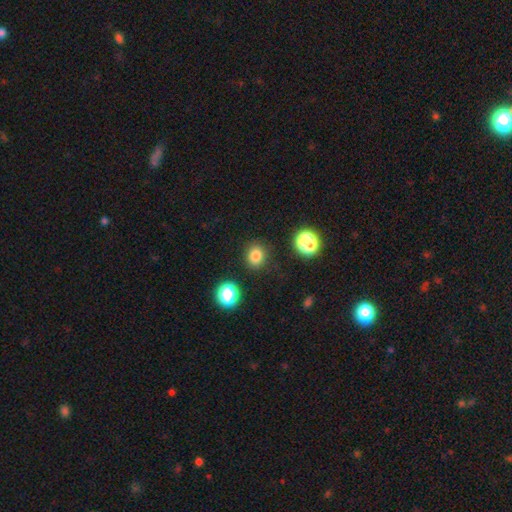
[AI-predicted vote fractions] smooth_or_featured: smooth (p=0.81) [alt: star or artifact p=0.14]
how_rounded: round (p=0.67) [alt: in between p=0.32]
merging: none (p=0.86) [alt: minor disturbance p=0.09]